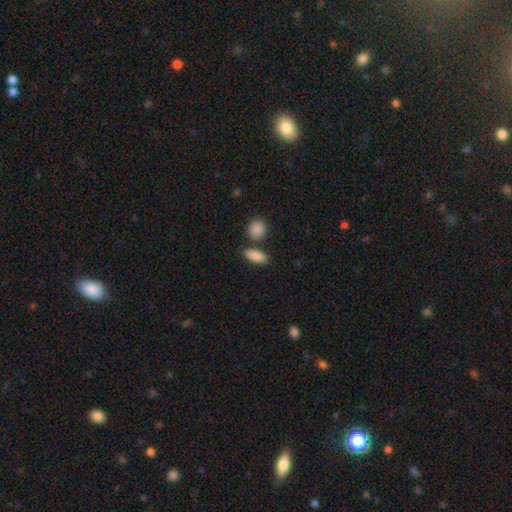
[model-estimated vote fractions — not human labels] A smooth galaxy with no disk features (89%) that is in between round and cigar-shaped (84%).

Vote fractions:
- Smooth or featured? smooth: 89% / star or artifact: 7% / featured or disk: 5%
- How rounded? in between: 84% / cigar-shaped: 11% / round: 5%
- Merging? none: 71% / merger: 14% / minor disturbance: 12% / major disturbance: 3%